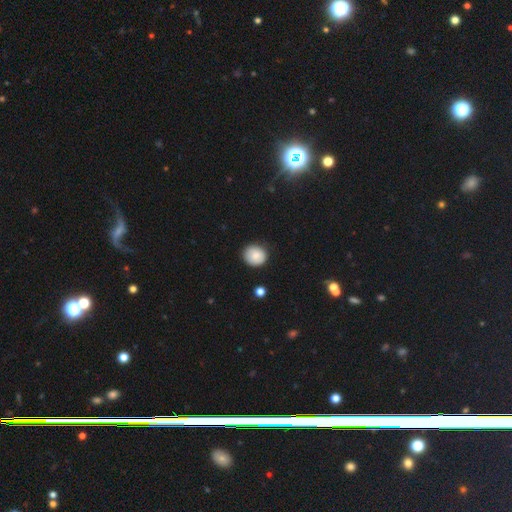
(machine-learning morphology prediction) Q: Smooth or featured?
A: smooth (82%); runner-up: featured or disk (10%)
Q: How rounded?
A: round (82%); runner-up: in between (17%)
Q: Merging?
A: none (84%); runner-up: minor disturbance (13%)